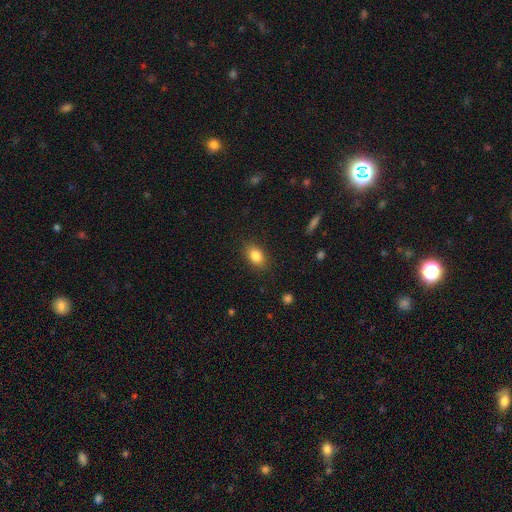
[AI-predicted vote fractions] smooth-or-featured: smooth: 84% | star or artifact: 9% | featured or disk: 7%
  how-rounded: in between: 83% | round: 15% | cigar-shaped: 2%
  merging: none: 86% | minor disturbance: 10% | major disturbance: 3% | merger: 1%